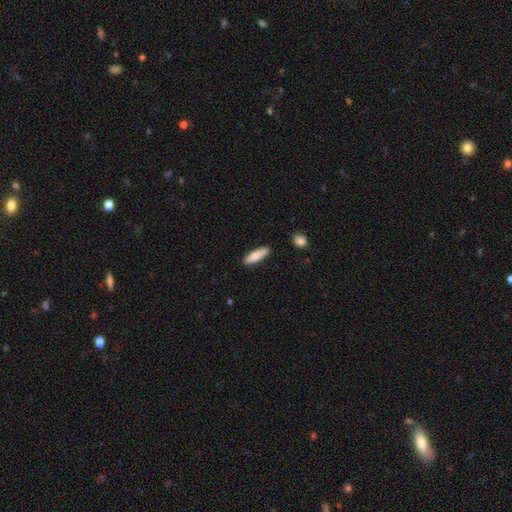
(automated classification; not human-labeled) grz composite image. It shows a smooth galaxy with no disk features (86%) that is cigar-shaped (61%). Merging: none (86%).